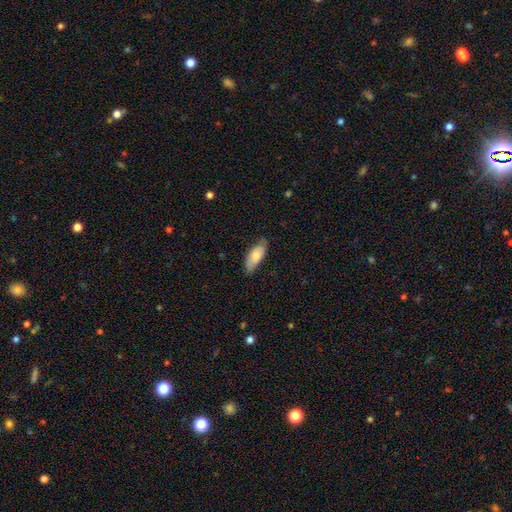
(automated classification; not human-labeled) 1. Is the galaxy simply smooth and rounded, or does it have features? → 75% smooth, 19% featured or disk, 6% star or artifact.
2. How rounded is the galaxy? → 77% in between, 22% cigar-shaped, 2% round.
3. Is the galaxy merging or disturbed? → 74% none, 22% minor disturbance, 4% major disturbance, 1% merger.